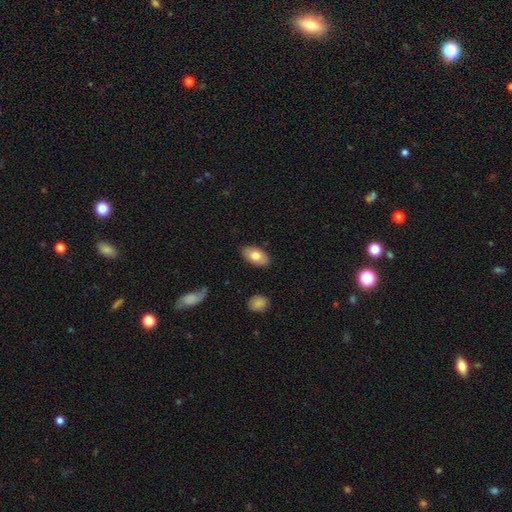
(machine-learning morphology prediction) smooth-or-featured: smooth: 78% | featured or disk: 16% | star or artifact: 6%
  how-rounded: in between: 94% | round: 4% | cigar-shaped: 2%
  merging: none: 87% | minor disturbance: 10% | major disturbance: 2% | merger: 1%